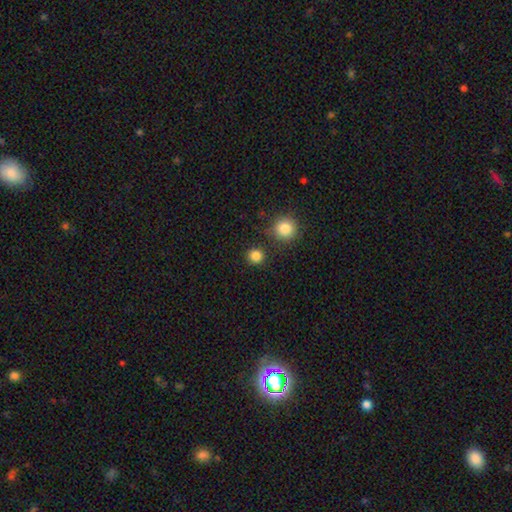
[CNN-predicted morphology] Smooth or featured?
  - smooth: 85% *
  - star or artifact: 12%
  - featured or disk: 4%
How rounded?
  - round: 92% *
  - in between: 7%
  - cigar-shaped: 1%
Merging?
  - none: 87% *
  - minor disturbance: 6%
  - merger: 5%
  - major disturbance: 2%